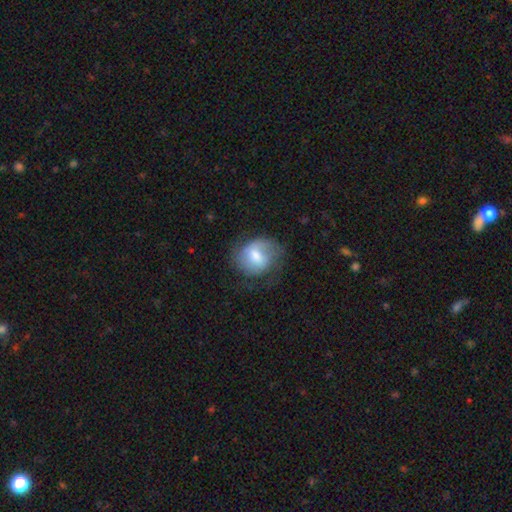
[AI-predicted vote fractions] A smooth galaxy with no disk features (53%) that is round (59%).

Vote fractions:
- Smooth or featured? smooth: 53% / featured or disk: 39% / star or artifact: 7%
- How rounded? round: 59% / in between: 40% / cigar-shaped: 1%
- Merging? none: 51% / minor disturbance: 27% / major disturbance: 21% / merger: 2%